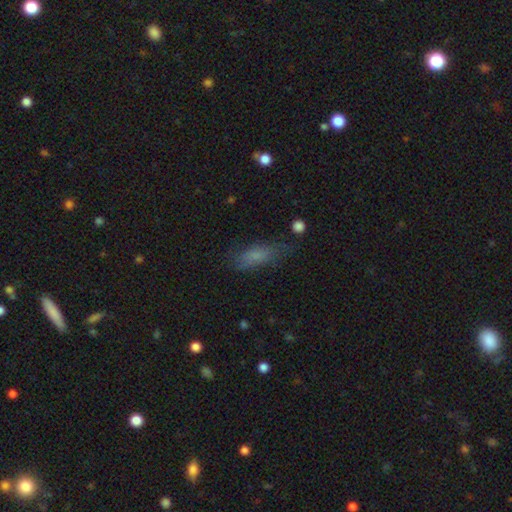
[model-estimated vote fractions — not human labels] Morphology: type=smooth (71%); roundness=in between (61%); merging=none (62%).